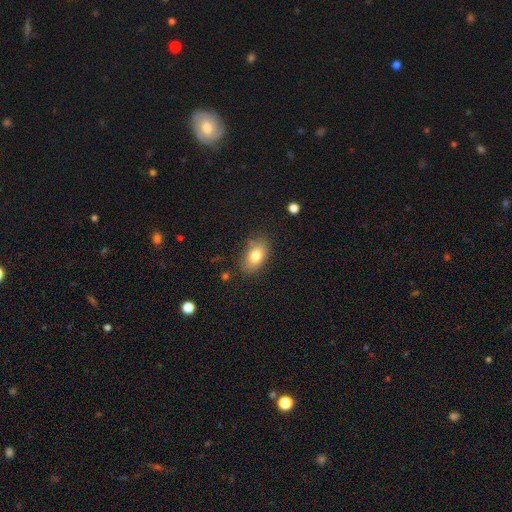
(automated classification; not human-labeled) Overall: smooth (78%). How rounded: in between (88%). Merging: none (77%).